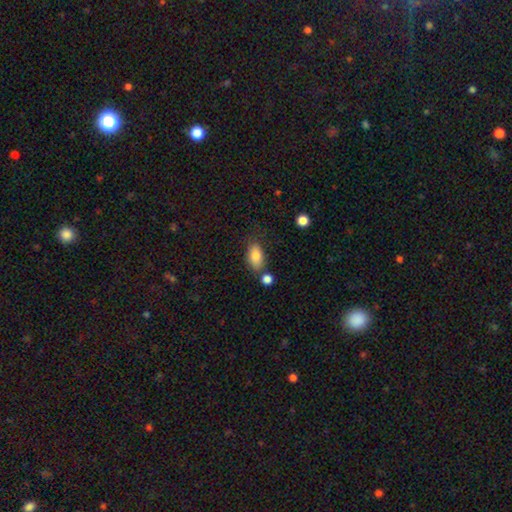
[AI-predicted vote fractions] The model was most divided on "merging": none: 67%, minor disturbance: 17%, merger: 12%, major disturbance: 5%. More confident: how rounded — in between (91%); smooth or featured — smooth (83%).